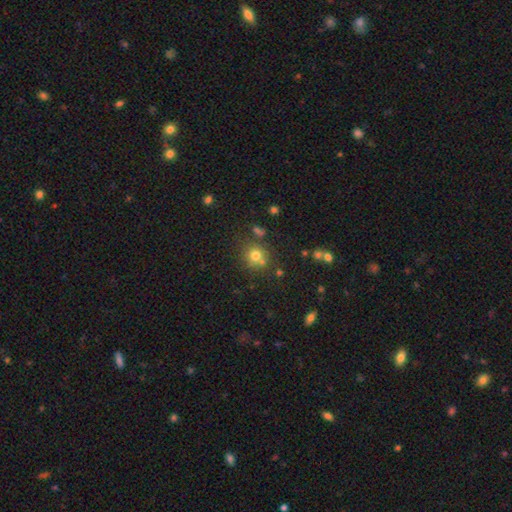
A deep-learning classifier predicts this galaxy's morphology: Q: Smooth or featured?
A: smooth (73%); runner-up: star or artifact (17%)
Q: How rounded?
A: round (87%); runner-up: in between (12%)
Q: Merging?
A: none (69%); runner-up: merger (16%)